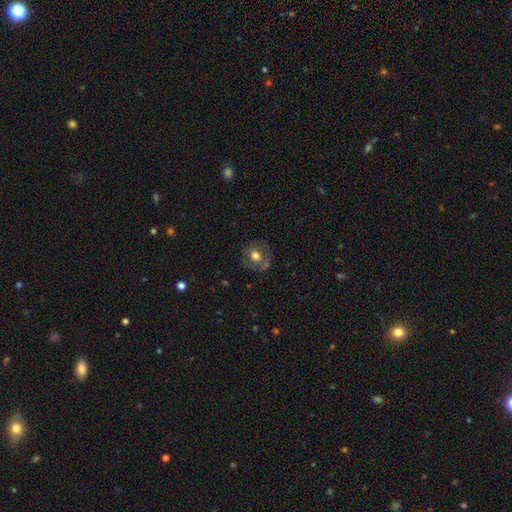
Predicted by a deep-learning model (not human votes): smooth_or_featured: smooth (p=0.61) [alt: featured or disk p=0.29]
how_rounded: round (p=0.80) [alt: in between p=0.19]
merging: none (p=0.72) [alt: minor disturbance p=0.17]